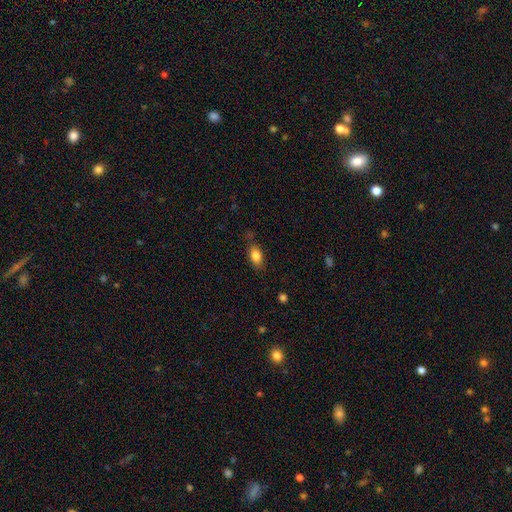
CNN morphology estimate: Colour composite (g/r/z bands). It shows a smooth galaxy with no disk features (83%) that is in between round and cigar-shaped (85%). Merging: none (76%).